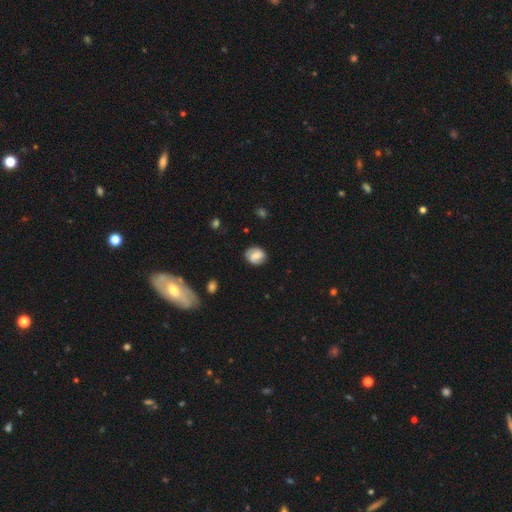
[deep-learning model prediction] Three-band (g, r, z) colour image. It shows a smooth galaxy with no disk features (57%) that is round (56%). Merging: none (79%).